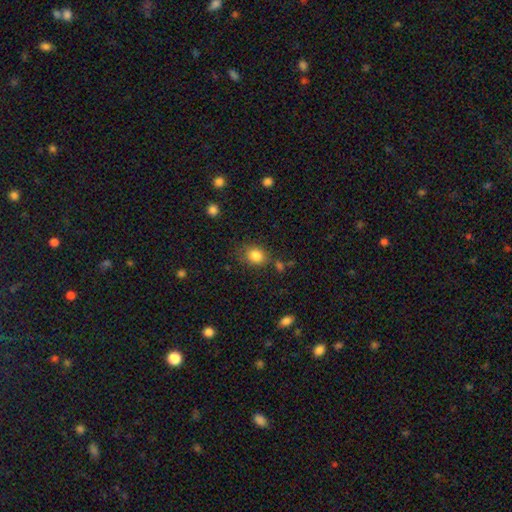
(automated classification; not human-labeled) smooth-or-featured: smooth: 84% | star or artifact: 10% | featured or disk: 6%
  how-rounded: round: 56% | in between: 43% | cigar-shaped: 1%
  merging: none: 73% | minor disturbance: 16% | major disturbance: 5% | merger: 5%